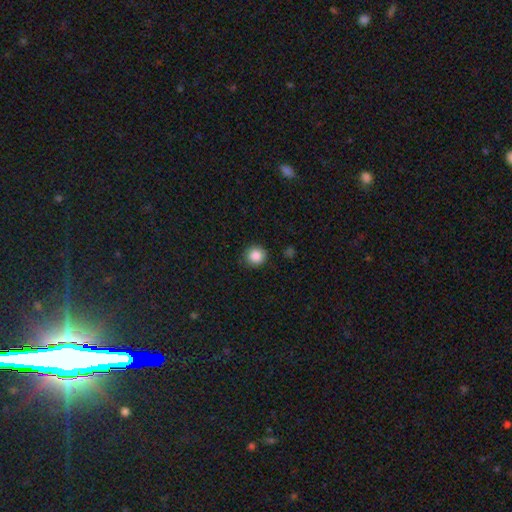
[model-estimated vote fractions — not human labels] Overall: smooth (87%). How rounded: round (93%). Merging: none (90%).